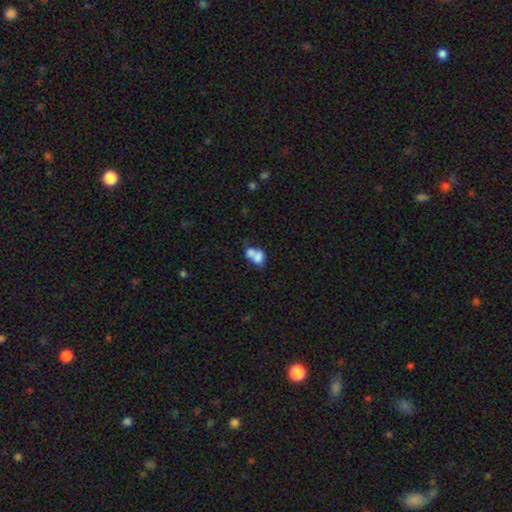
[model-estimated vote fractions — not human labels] This appears to be a smooth galaxy with no disk features (69%) that is in between round and cigar-shaped (67%). Merging: merger (69%).